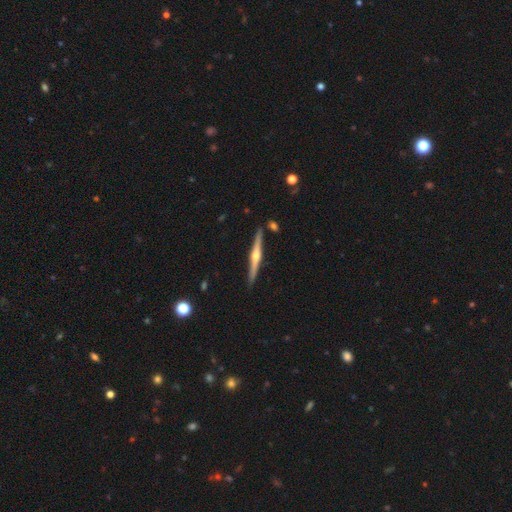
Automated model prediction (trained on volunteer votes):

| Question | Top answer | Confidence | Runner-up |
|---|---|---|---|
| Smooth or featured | featured or disk | 78% | smooth (17%) |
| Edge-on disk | yes | 98% | no (2%) |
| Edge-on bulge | rounded | 93% | none (4%) |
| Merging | none | 89% | minor disturbance (7%) |